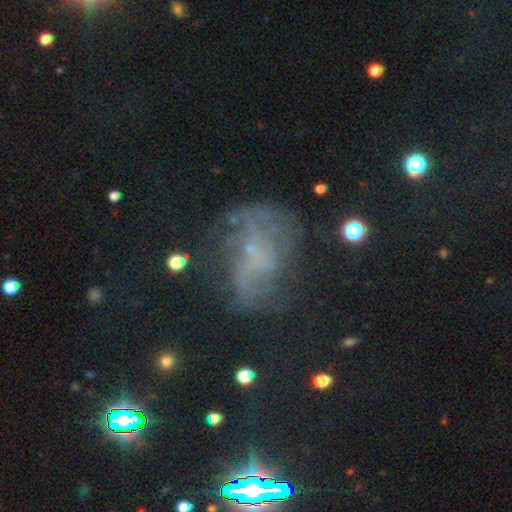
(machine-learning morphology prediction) Smooth or featured?
  - featured or disk: 51% *
  - star or artifact: 25%
  - smooth: 24%
Edge-on disk?
  - no: 96% *
  - yes: 4%
Merging?
  - none: 45% *
  - major disturbance: 29%
  - minor disturbance: 22%
  - merger: 4%